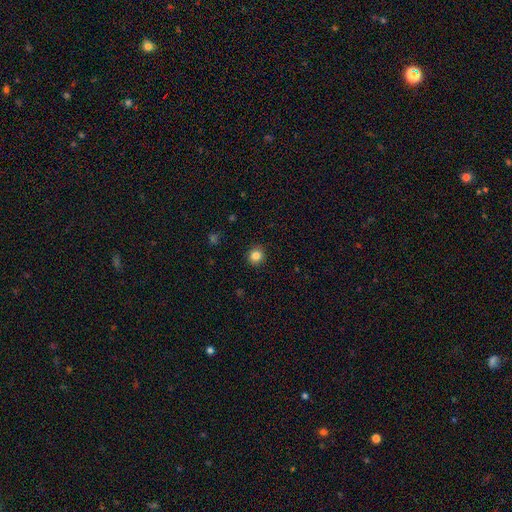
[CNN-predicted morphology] smooth 84%, star or artifact 11%, featured or disk 5%. Down the decision tree: how rounded — round (89%); merging — none (91%).